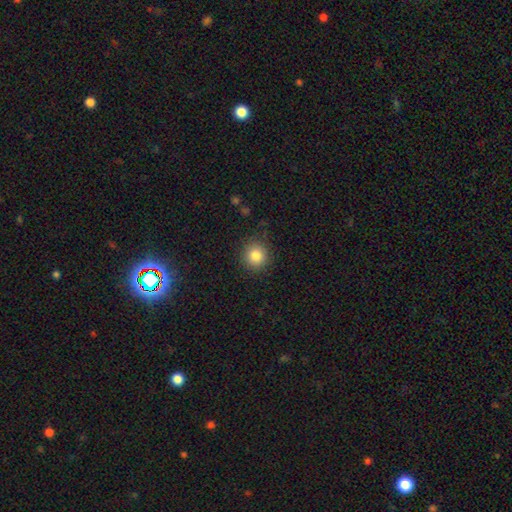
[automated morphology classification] smooth-or-featured: smooth: 84% | star or artifact: 10% | featured or disk: 6%
  how-rounded: round: 91% | in between: 8% | cigar-shaped: 1%
  merging: none: 88% | minor disturbance: 8% | major disturbance: 3% | merger: 1%